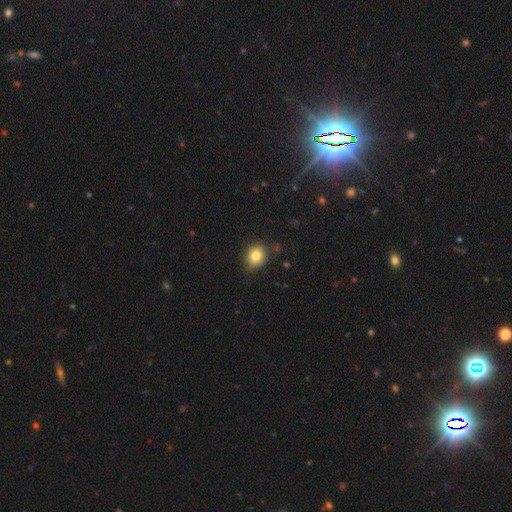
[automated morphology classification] Smooth or featured?
  - smooth: 82% *
  - star or artifact: 10%
  - featured or disk: 8%
How rounded?
  - round: 60% *
  - in between: 39%
  - cigar-shaped: 1%
Merging?
  - none: 82% *
  - minor disturbance: 14%
  - major disturbance: 2%
  - merger: 2%